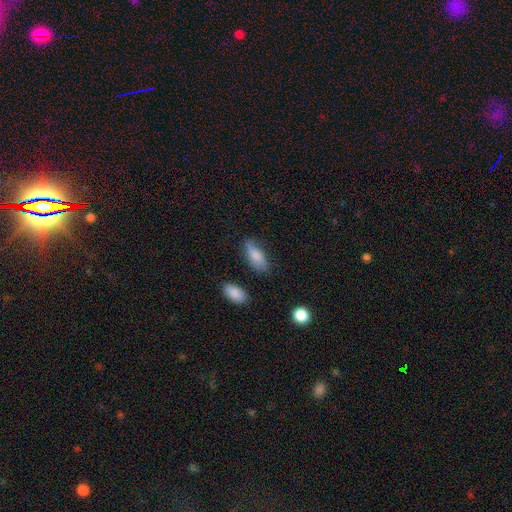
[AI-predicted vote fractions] Smooth or featured: smooth — 80% (featured or disk — 13%)
How rounded: in between — 82% (cigar-shaped — 16%)
Merging: none — 64% (minor disturbance — 26%)